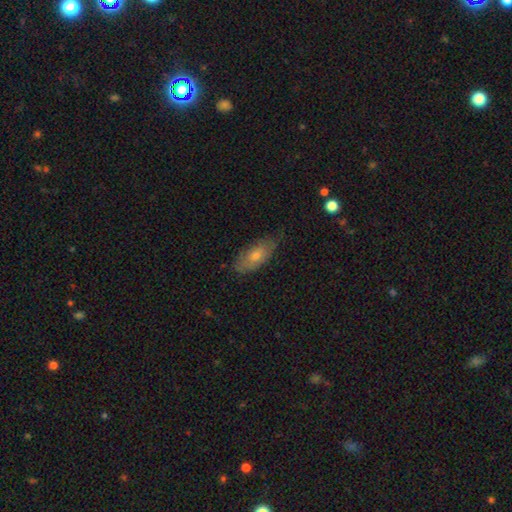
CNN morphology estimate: Smooth or featured? smooth (64%)
How rounded? in between (81%)
Merging? none (71%)